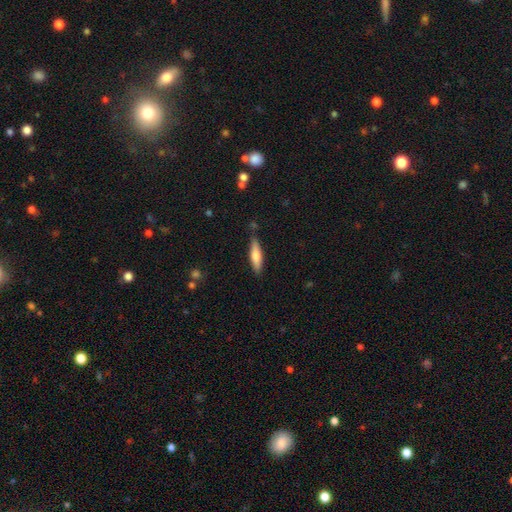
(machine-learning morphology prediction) A smooth galaxy with no disk features (67%) that is cigar-shaped (70%).

Vote fractions:
- Smooth or featured? smooth: 67% / featured or disk: 27% / star or artifact: 6%
- How rounded? cigar-shaped: 70% / in between: 28% / round: 2%
- Merging? none: 82% / minor disturbance: 13% / merger: 3% / major disturbance: 3%